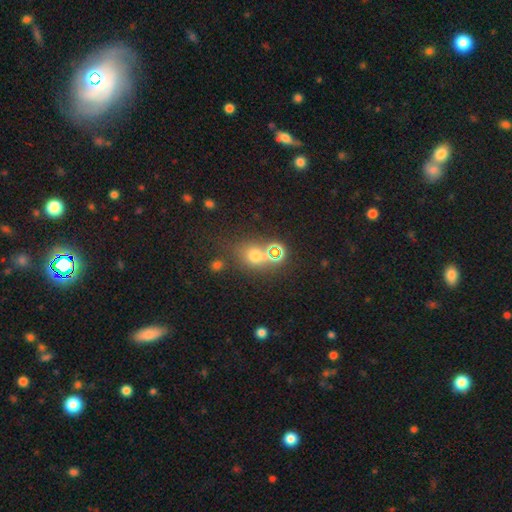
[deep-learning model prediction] smooth_or_featured: smooth (p=0.60) [alt: star or artifact p=0.28]
how_rounded: round (p=0.63) [alt: in between p=0.35]
merging: none (p=0.59) [alt: merger p=0.21]